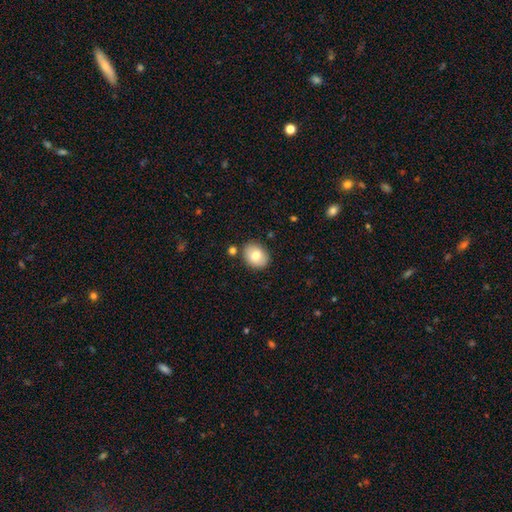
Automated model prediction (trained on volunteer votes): Morphology: type=smooth (78%); roundness=in between (58%); merging=none (84%).